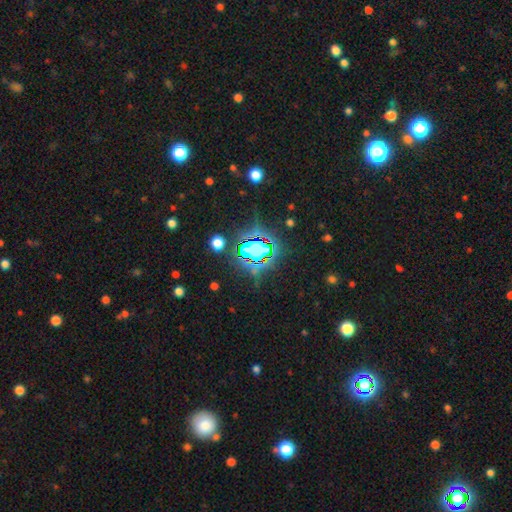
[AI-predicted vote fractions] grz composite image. It shows a star or artifact, not a galaxy (71%).